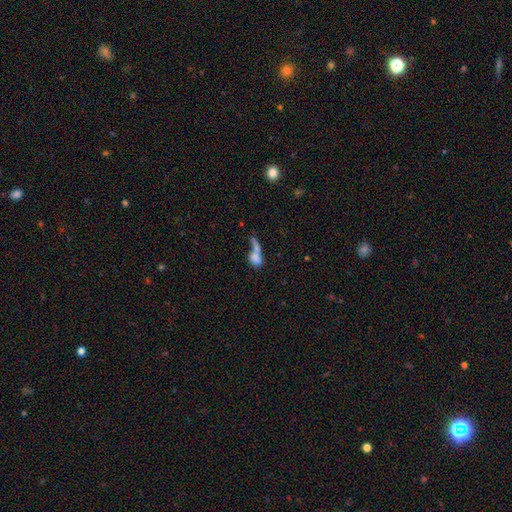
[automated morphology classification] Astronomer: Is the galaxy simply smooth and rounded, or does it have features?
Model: smooth — 62%.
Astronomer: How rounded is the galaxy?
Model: in between — 62%.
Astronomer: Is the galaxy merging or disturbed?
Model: merger — 49%.